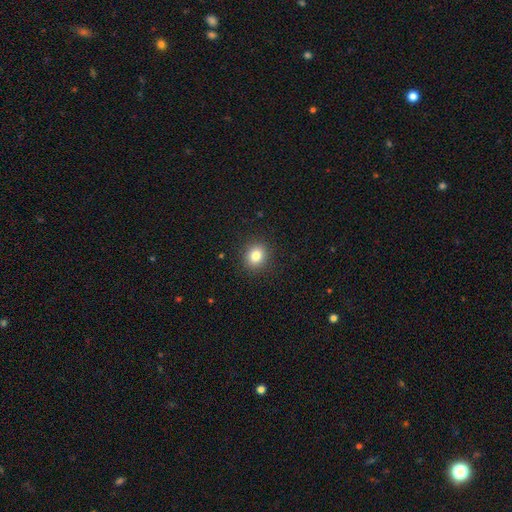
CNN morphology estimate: Smooth or featured? smooth (82%)
How rounded? round (77%)
Merging? none (91%)